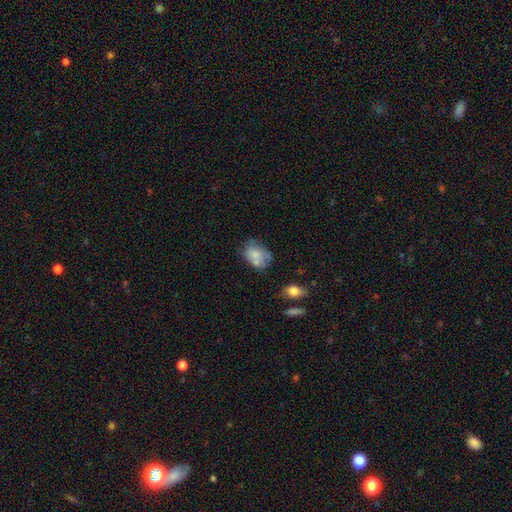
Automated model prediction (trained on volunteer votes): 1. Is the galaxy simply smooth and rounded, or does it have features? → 63% smooth, 29% featured or disk, 9% star or artifact.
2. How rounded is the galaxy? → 70% in between, 29% round, 1% cigar-shaped.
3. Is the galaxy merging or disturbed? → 44% none, 28% minor disturbance, 15% merger, 14% major disturbance.